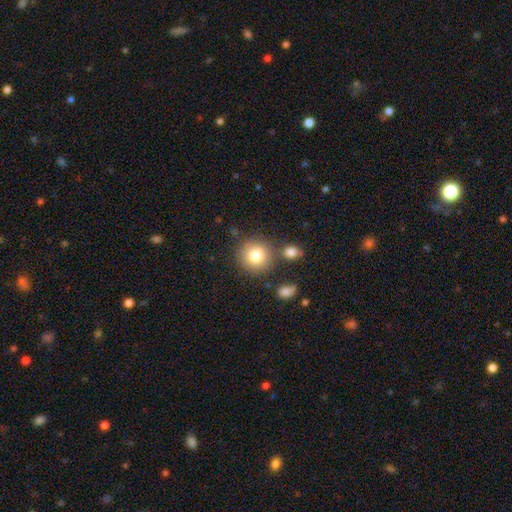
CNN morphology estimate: Smooth or featured? Predicted: smooth (p=0.81). How rounded? Predicted: round (p=0.90). Merging? Predicted: none (p=0.76).